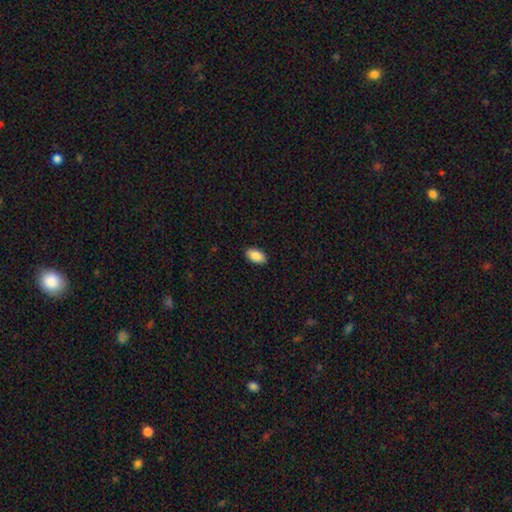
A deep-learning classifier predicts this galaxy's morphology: Q: Smooth or featured?
A: smooth (89%); runner-up: star or artifact (7%)
Q: How rounded?
A: in between (94%); runner-up: round (4%)
Q: Merging?
A: none (90%); runner-up: minor disturbance (8%)